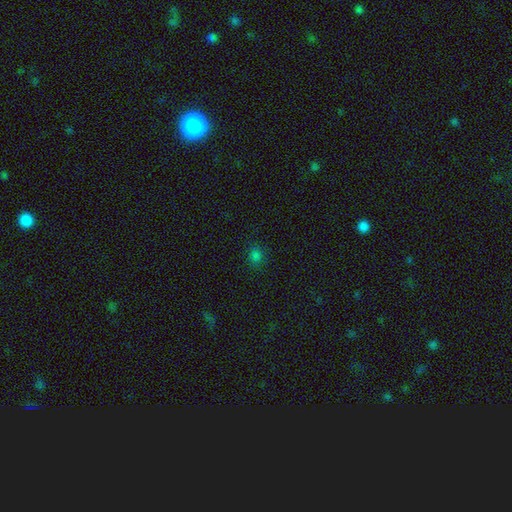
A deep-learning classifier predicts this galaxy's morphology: Q: Smooth or featured?
A: smooth (77%); runner-up: star or artifact (19%)
Q: How rounded?
A: round (70%); runner-up: in between (29%)
Q: Merging?
A: none (85%); runner-up: minor disturbance (10%)